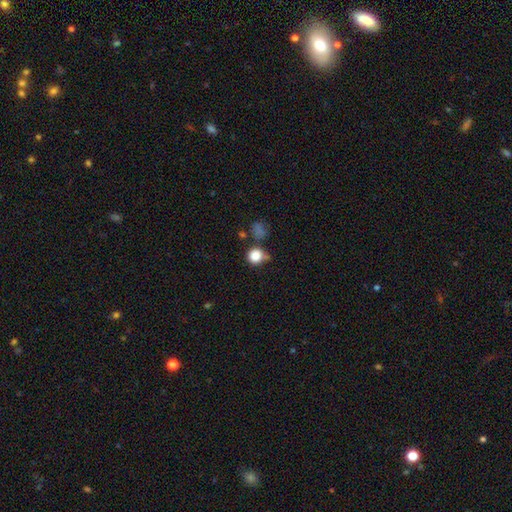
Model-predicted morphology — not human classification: A smooth galaxy with no disk features (83%) that is round (88%).

Vote fractions:
- Smooth or featured? smooth: 83% / star or artifact: 11% / featured or disk: 6%
- How rounded? round: 88% / in between: 11% / cigar-shaped: 1%
- Merging? none: 57% / minor disturbance: 20% / merger: 14% / major disturbance: 9%